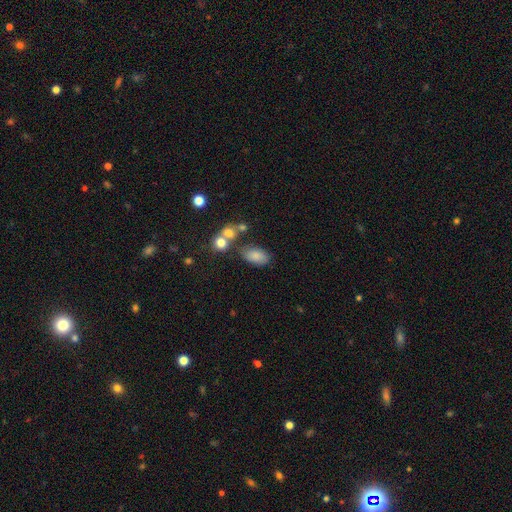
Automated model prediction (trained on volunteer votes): Overall: smooth (81%). How rounded: in between (91%). Merging: none (64%).